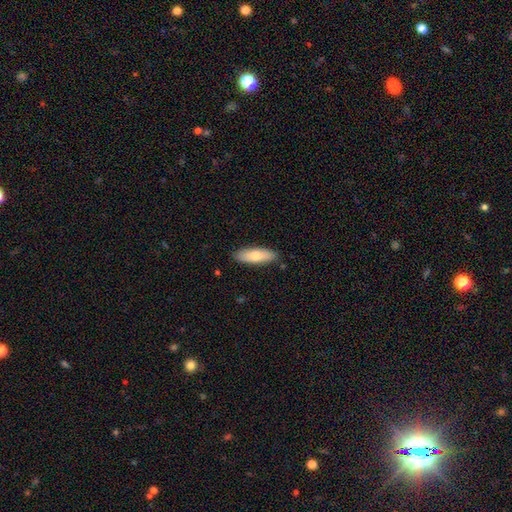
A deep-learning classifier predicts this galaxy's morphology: This appears to be a smooth galaxy with no disk features (75%) that is in between round and cigar-shaped (56%). Merging: none (87%).